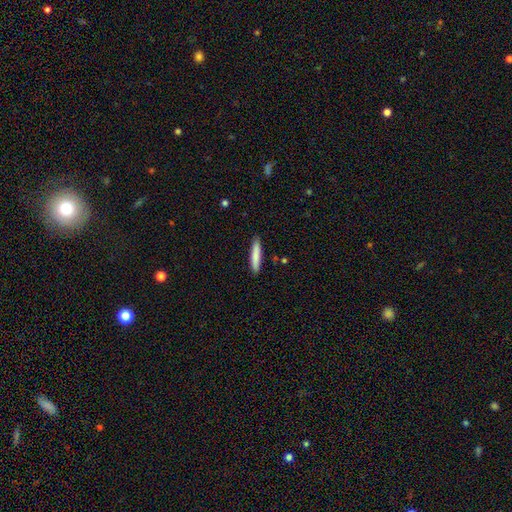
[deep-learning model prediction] Smooth or featured: smooth — 83% (featured or disk — 12%)
How rounded: cigar-shaped — 90% (in between — 9%)
Merging: none — 88% (minor disturbance — 9%)